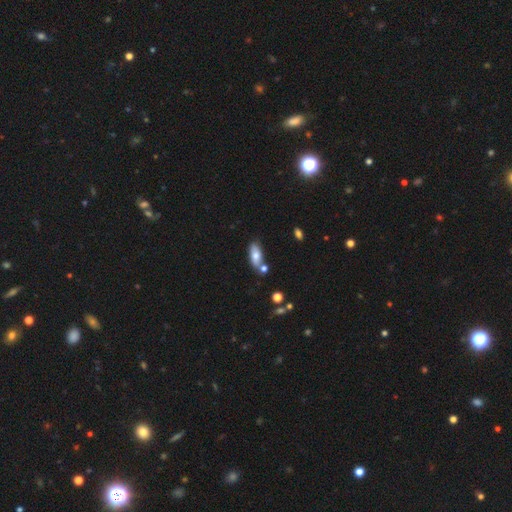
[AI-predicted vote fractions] Morphology: type=smooth (74%); roundness=in between (79%); merging=none (65%).